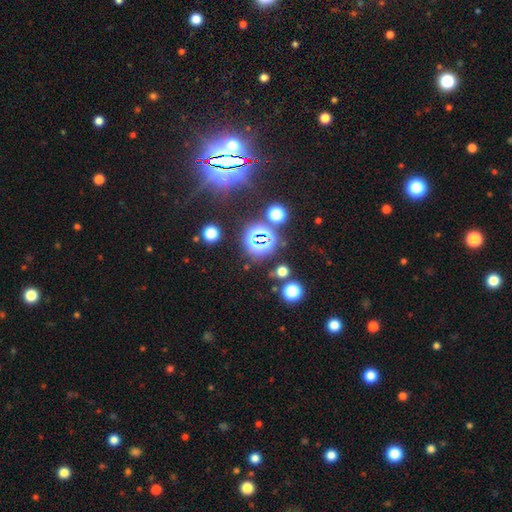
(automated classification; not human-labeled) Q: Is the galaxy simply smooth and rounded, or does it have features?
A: star or artifact — 82%.